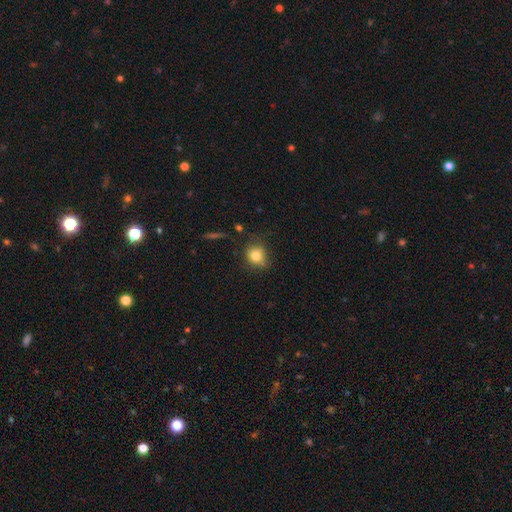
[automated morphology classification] Smooth or featured? Predicted: smooth (p=0.81). How rounded? Predicted: round (p=0.79). Merging? Predicted: none (p=0.69).